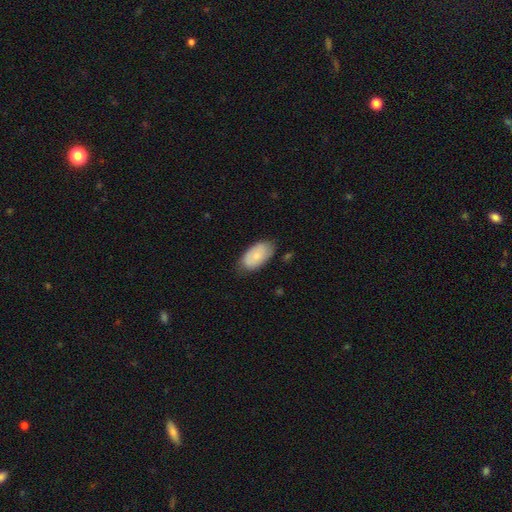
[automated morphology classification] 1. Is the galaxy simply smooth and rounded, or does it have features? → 77% smooth, 17% featured or disk, 6% star or artifact.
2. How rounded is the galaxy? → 95% in between, 3% round, 2% cigar-shaped.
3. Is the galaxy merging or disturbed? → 72% none, 22% minor disturbance, 4% major disturbance, 2% merger.